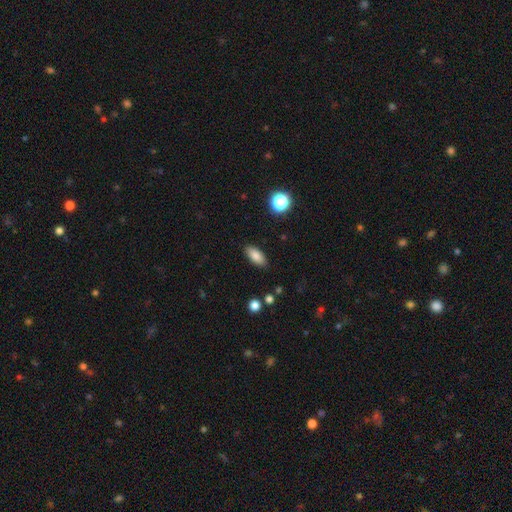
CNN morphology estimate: A smooth galaxy with no disk features (83%) that is in between round and cigar-shaped (85%).

Vote fractions:
- Smooth or featured? smooth: 83% / star or artifact: 9% / featured or disk: 8%
- How rounded? in between: 85% / cigar-shaped: 11% / round: 4%
- Merging? none: 89% / minor disturbance: 8% / major disturbance: 2% / merger: 1%